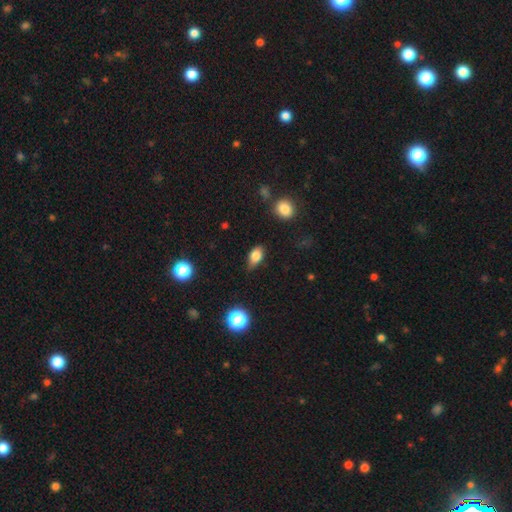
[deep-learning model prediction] Morphology: type=smooth (80%); roundness=in between (84%); merging=none (69%).